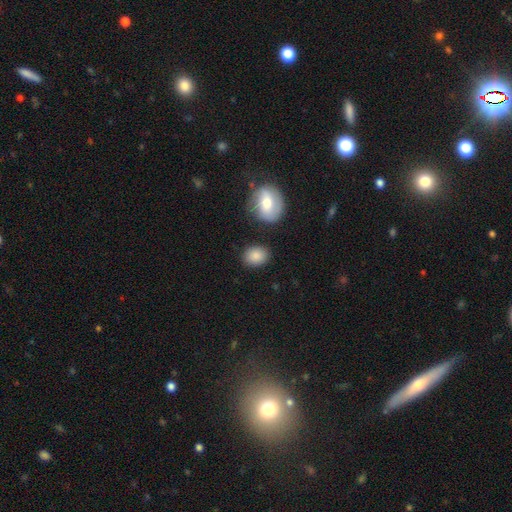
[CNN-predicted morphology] smooth-or-featured: smooth: 86% | star or artifact: 7% | featured or disk: 7%
  how-rounded: in between: 60% | round: 39% | cigar-shaped: 1%
  merging: none: 81% | minor disturbance: 11% | merger: 5% | major disturbance: 3%